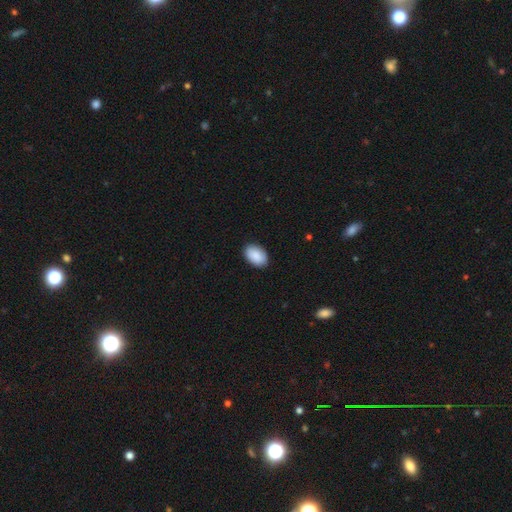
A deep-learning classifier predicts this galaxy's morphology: Smooth or featured?
  - smooth: 90% *
  - star or artifact: 6%
  - featured or disk: 4%
How rounded?
  - in between: 91% *
  - round: 8%
  - cigar-shaped: 1%
Merging?
  - none: 89% *
  - minor disturbance: 8%
  - major disturbance: 2%
  - merger: 1%